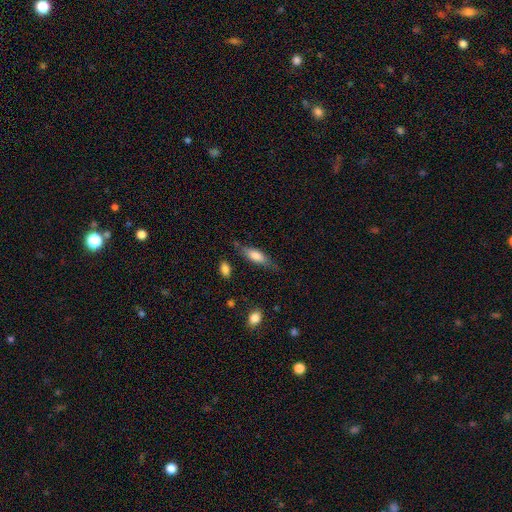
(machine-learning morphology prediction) The model was most divided on "how rounded": in between: 57%, cigar-shaped: 41%, round: 2%. More confident: smooth or featured — smooth (72%); merging — none (67%).